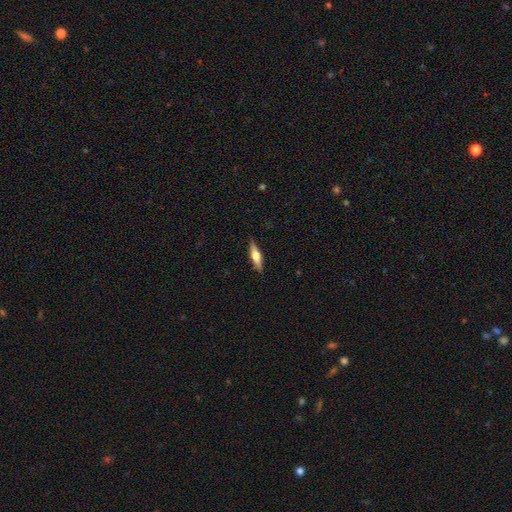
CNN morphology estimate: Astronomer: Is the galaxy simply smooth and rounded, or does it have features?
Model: featured or disk — 54% (runner-up: smooth, 40%).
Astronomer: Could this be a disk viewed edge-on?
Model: yes — 95%.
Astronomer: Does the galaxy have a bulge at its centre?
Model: rounded — 90%.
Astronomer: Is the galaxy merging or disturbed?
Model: none — 89%.